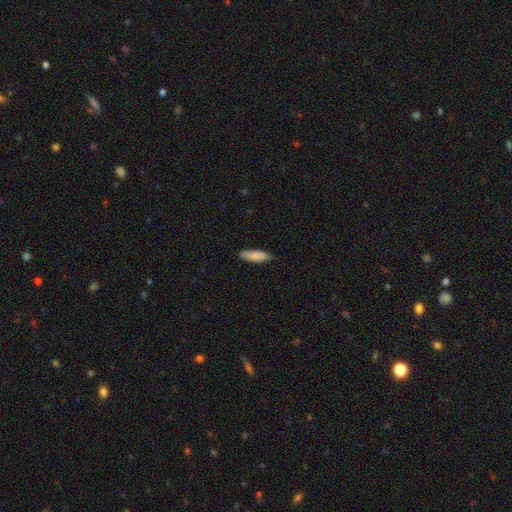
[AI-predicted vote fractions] smooth-or-featured: smooth: 86% | featured or disk: 8% | star or artifact: 6%
  how-rounded: in between: 50% | cigar-shaped: 49% | round: 2%
  merging: none: 83% | minor disturbance: 13% | major disturbance: 2% | merger: 1%